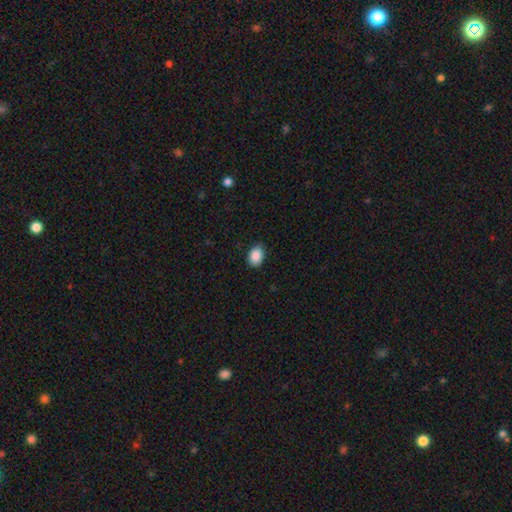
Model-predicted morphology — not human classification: smooth 89%, star or artifact 8%, featured or disk 4%. Down the decision tree: how rounded — in between (79%); merging — none (84%).